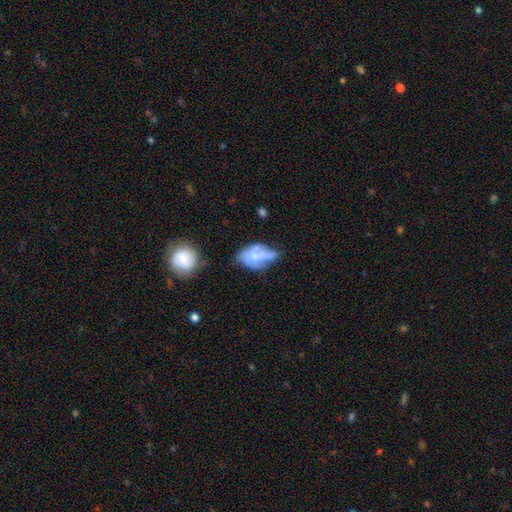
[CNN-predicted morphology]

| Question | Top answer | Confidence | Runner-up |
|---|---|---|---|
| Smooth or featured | smooth | 48% | featured or disk (42%) |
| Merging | none | 33% | minor disturbance (30%) |